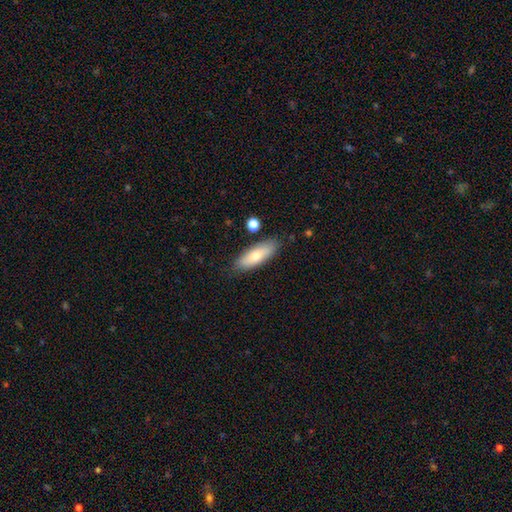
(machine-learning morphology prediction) Smooth or featured?
  - smooth: 72% *
  - featured or disk: 21%
  - star or artifact: 6%
How rounded?
  - in between: 61% *
  - cigar-shaped: 36%
  - round: 2%
Merging?
  - none: 83% *
  - minor disturbance: 12%
  - merger: 3%
  - major disturbance: 3%